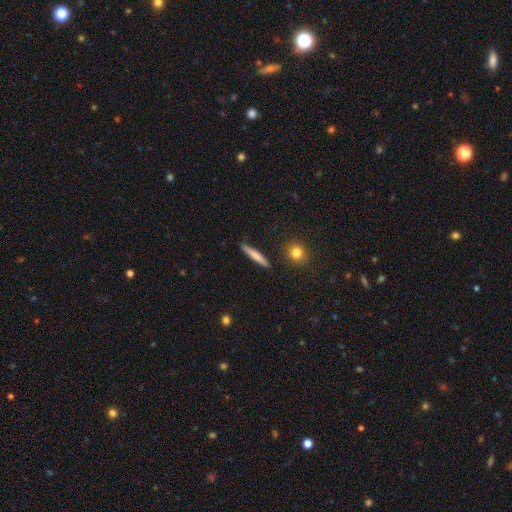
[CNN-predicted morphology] This is likely a smooth galaxy (69%). How rounded: clearly cigar-shaped (93%). Merging: clearly none (87%).